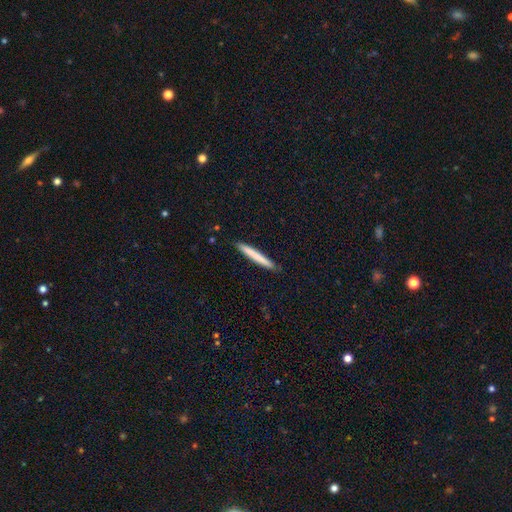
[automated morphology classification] Smooth or featured?
  - smooth: 73% *
  - featured or disk: 21%
  - star or artifact: 6%
How rounded?
  - cigar-shaped: 97% *
  - in between: 2%
  - round: 1%
Merging?
  - none: 90% *
  - minor disturbance: 7%
  - major disturbance: 1%
  - merger: 1%